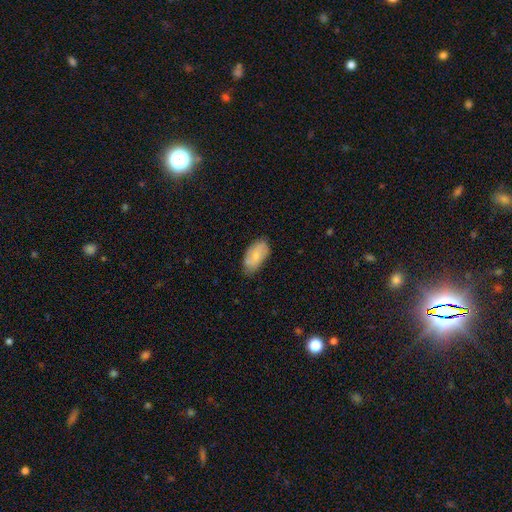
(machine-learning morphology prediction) Smooth or featured?
  - smooth: 71% *
  - featured or disk: 22%
  - star or artifact: 6%
How rounded?
  - in between: 93% *
  - cigar-shaped: 4%
  - round: 3%
Merging?
  - none: 71% *
  - minor disturbance: 23%
  - major disturbance: 4%
  - merger: 2%